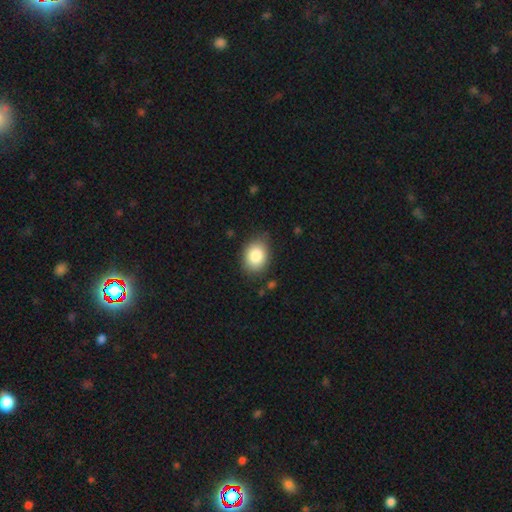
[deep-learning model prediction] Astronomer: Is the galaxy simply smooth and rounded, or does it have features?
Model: smooth — 85%.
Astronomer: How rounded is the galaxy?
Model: in between — 62%.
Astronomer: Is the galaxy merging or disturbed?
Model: none — 80%.